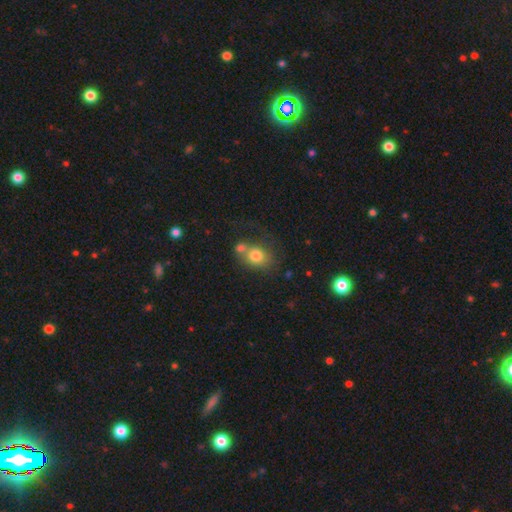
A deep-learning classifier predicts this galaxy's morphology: A smooth galaxy with no disk features (77%) that is round (60%). Merging: none (42%).